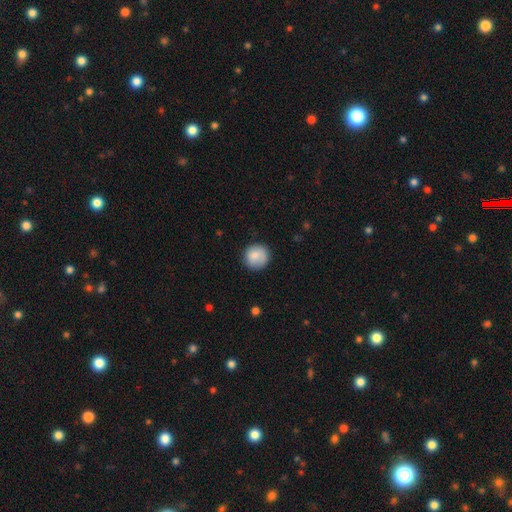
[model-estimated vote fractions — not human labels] Morphology: type=smooth (82%); roundness=round (92%); merging=none (80%).